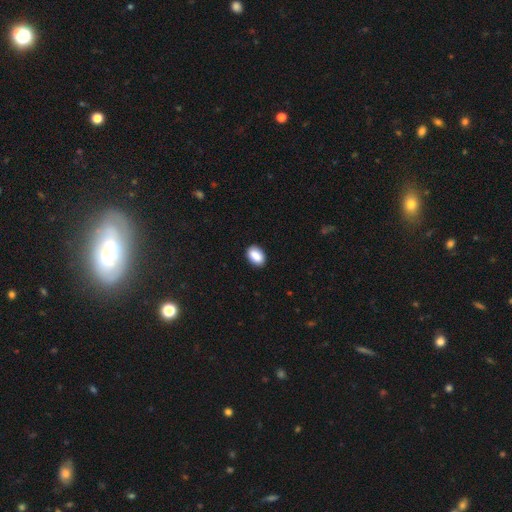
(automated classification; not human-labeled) Smooth or featured? smooth (89%)
How rounded? in between (89%)
Merging? none (89%)